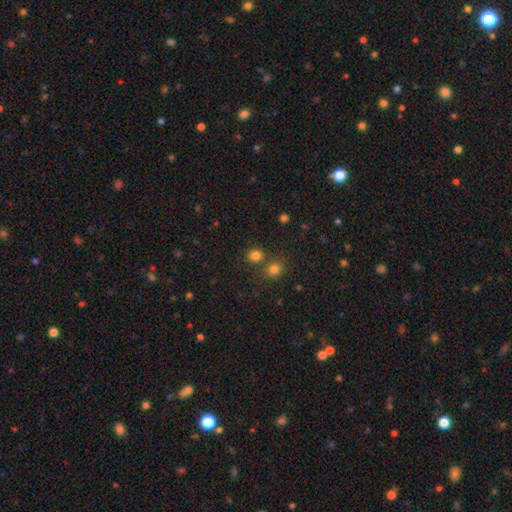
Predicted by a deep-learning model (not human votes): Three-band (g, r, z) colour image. It shows a smooth galaxy with no disk features (80%) that is round (76%). Merging: none (69%).